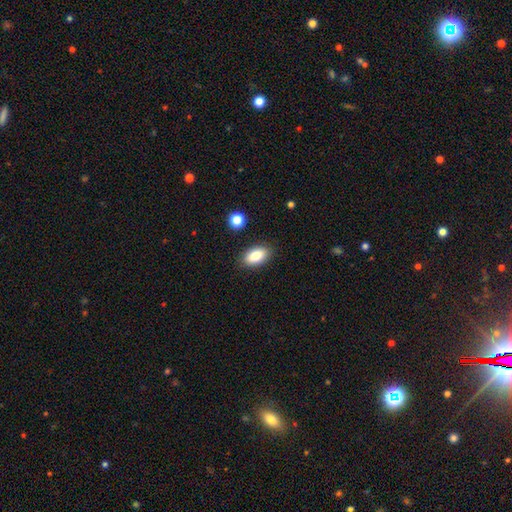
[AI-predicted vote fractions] Smooth or featured? Predicted: smooth (p=0.84). How rounded? Predicted: in between (p=0.92). Merging? Predicted: none (p=0.87).